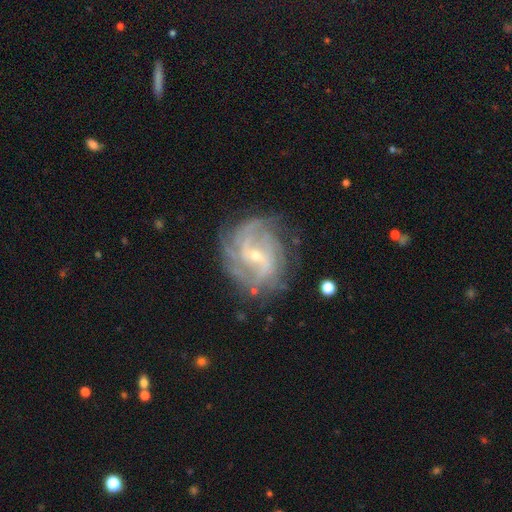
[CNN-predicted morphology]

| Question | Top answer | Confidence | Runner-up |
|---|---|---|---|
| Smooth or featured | featured or disk | 87% | star or artifact (7%) |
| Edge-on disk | no | 97% | yes (3%) |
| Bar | weak | 51% | no (29%) |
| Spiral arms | yes | 96% | no (4%) |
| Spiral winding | tight | 46% | medium (41%) |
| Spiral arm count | can't tell | 27% | 2 (23%) |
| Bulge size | small | 71% | moderate (25%) |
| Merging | none | 73% | minor disturbance (17%) |